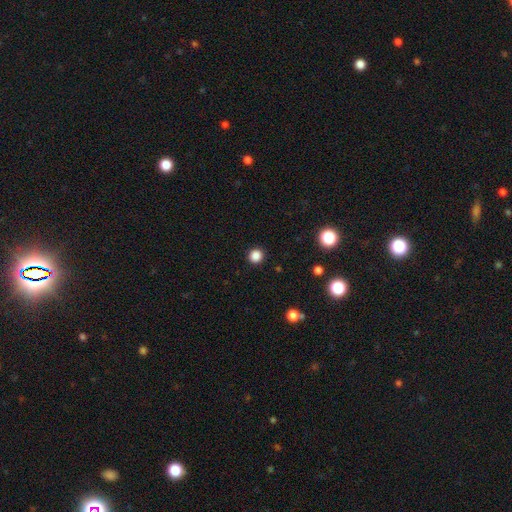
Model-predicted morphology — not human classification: smooth-or-featured: smooth: 85% | star or artifact: 12% | featured or disk: 3%
  how-rounded: round: 94% | in between: 6% | cigar-shaped: 1%
  merging: none: 92% | minor disturbance: 5% | major disturbance: 2% | merger: 1%